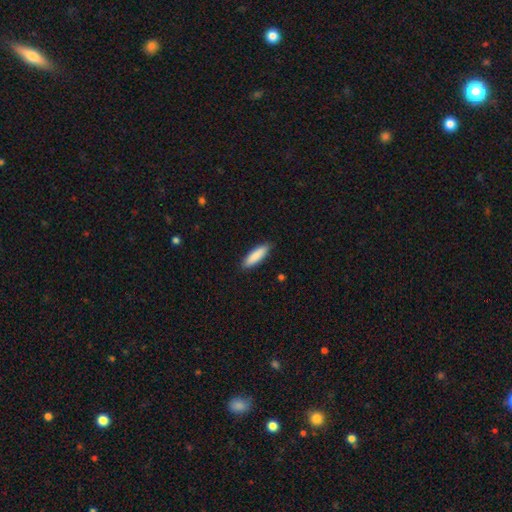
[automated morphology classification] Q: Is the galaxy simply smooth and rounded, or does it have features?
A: smooth — 88%.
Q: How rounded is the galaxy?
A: cigar-shaped — 59%.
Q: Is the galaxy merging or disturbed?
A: none — 89%.